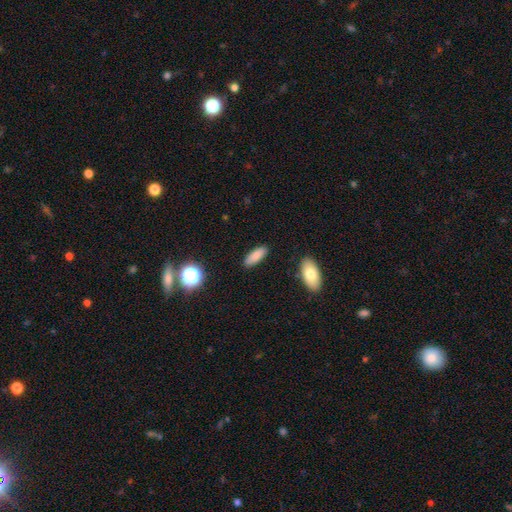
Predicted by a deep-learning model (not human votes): The model was most divided on "how rounded": in between: 65%, cigar-shaped: 32%, round: 2%. More confident: merging — none (88%); smooth or featured — smooth (84%).